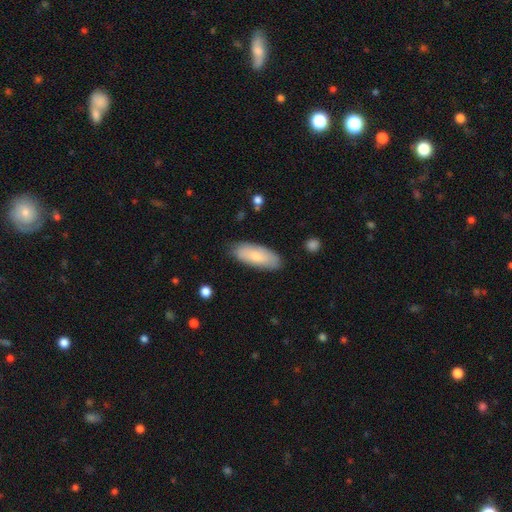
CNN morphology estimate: A smooth galaxy with no disk features (76%) that is in between round and cigar-shaped (79%).

Vote fractions:
- Smooth or featured? smooth: 76% / featured or disk: 19% / star or artifact: 6%
- How rounded? in between: 79% / cigar-shaped: 19% / round: 2%
- Merging? none: 82% / minor disturbance: 14% / major disturbance: 3% / merger: 1%